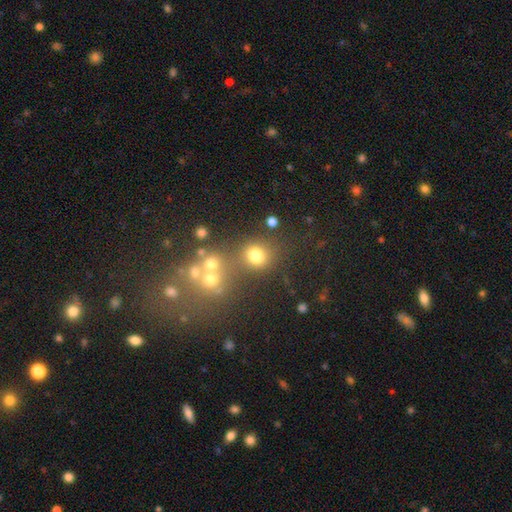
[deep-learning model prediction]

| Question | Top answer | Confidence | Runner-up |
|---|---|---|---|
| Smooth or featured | smooth | 73% | star or artifact (18%) |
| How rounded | round | 82% | in between (17%) |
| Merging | none | 65% | merger (19%) |